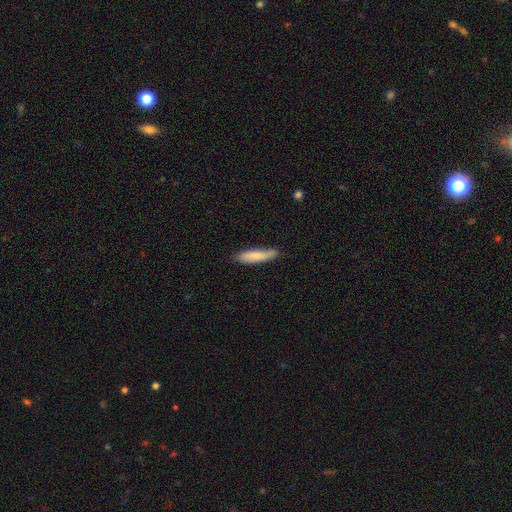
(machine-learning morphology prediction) A smooth galaxy with no disk features (79%) that is cigar-shaped (76%).

Vote fractions:
- Smooth or featured? smooth: 79% / featured or disk: 15% / star or artifact: 6%
- How rounded? cigar-shaped: 76% / in between: 23% / round: 1%
- Merging? none: 75% / minor disturbance: 20% / major disturbance: 3% / merger: 2%